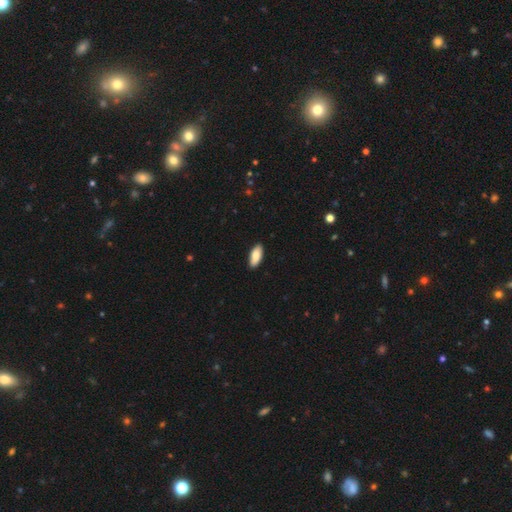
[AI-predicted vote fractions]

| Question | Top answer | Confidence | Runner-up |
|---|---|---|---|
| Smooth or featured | smooth | 84% | featured or disk (11%) |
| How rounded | in between | 86% | cigar-shaped (12%) |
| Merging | none | 88% | minor disturbance (9%) |